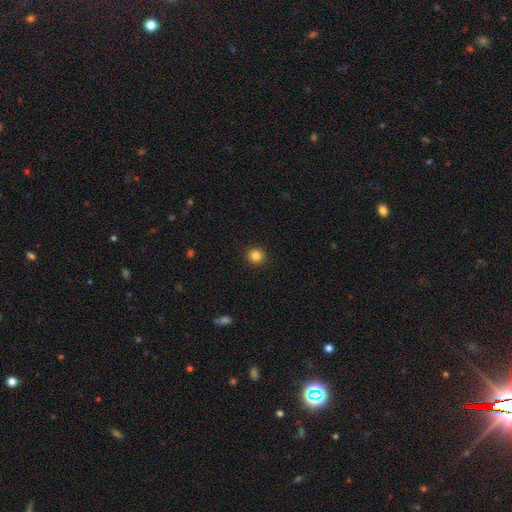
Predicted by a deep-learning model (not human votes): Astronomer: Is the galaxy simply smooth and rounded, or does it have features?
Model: smooth — 84%.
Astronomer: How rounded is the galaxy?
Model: round — 94%.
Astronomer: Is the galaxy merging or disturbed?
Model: none — 93%.